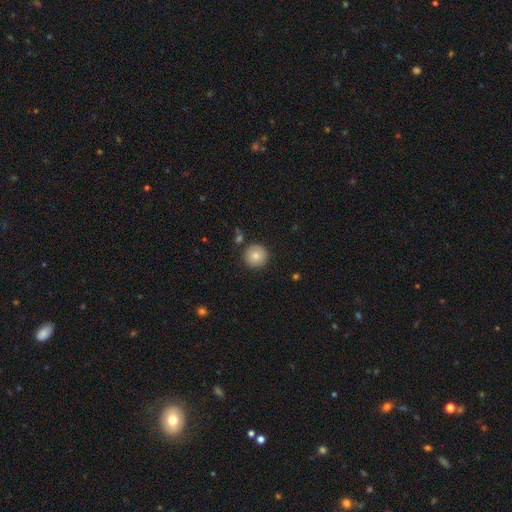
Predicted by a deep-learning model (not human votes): Smooth or featured: smooth — 82% (star or artifact — 9%)
How rounded: round — 96% (in between — 3%)
Merging: none — 89% (minor disturbance — 6%)